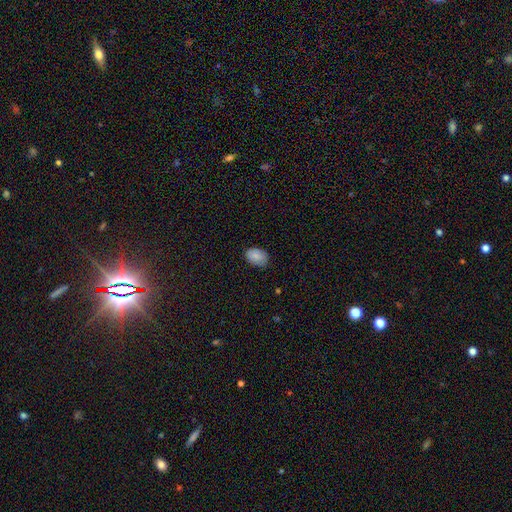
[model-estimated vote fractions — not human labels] smooth 85%, star or artifact 8%, featured or disk 7%. Down the decision tree: how rounded — in between (81%); merging — none (77%).